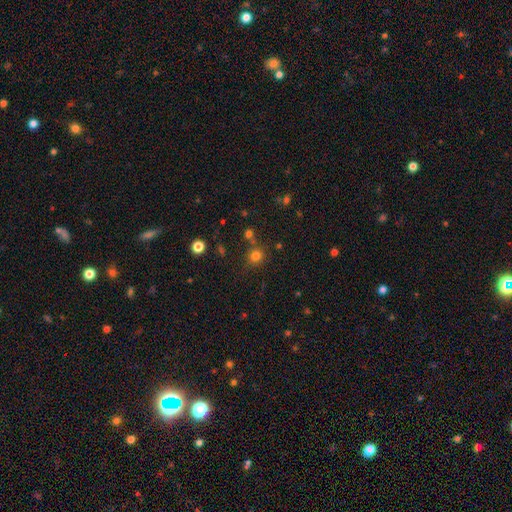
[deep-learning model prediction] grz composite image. It shows a smooth galaxy with no disk features (77%) that is round (88%). Merging: none (75%).